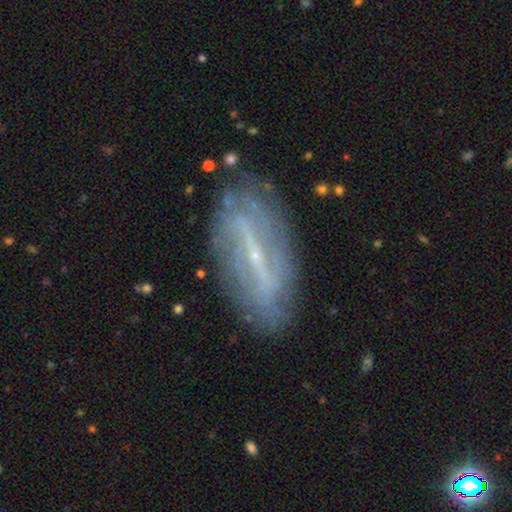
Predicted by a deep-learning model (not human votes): The model was most divided on "bar": strong: 57%, weak: 30%, no: 13%. More confident: edge-on disk — no (81%); bulge size — small (79%); merging — none (79%); smooth or featured — featured or disk (78%); spiral arms — yes (70%).